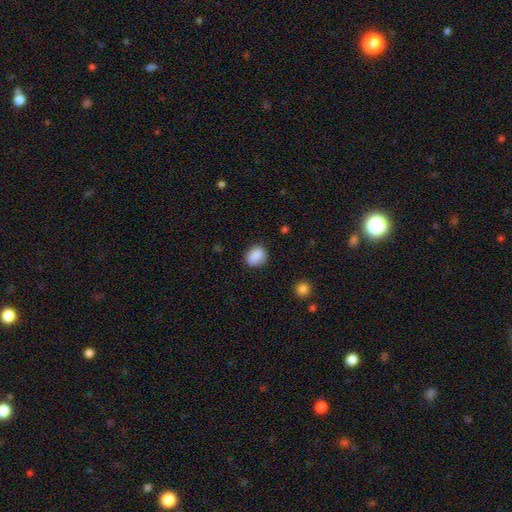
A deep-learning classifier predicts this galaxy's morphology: A smooth galaxy with no disk features (85%) that is round (56%). Merging: none (84%).